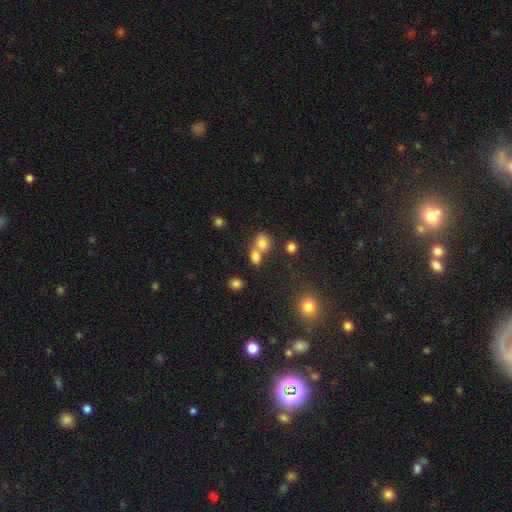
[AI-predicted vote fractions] smooth_or_featured: smooth (p=0.77) [alt: star or artifact p=0.14]
how_rounded: in between (p=0.51) [alt: round p=0.47]
merging: merger (p=0.55) [alt: none p=0.35]